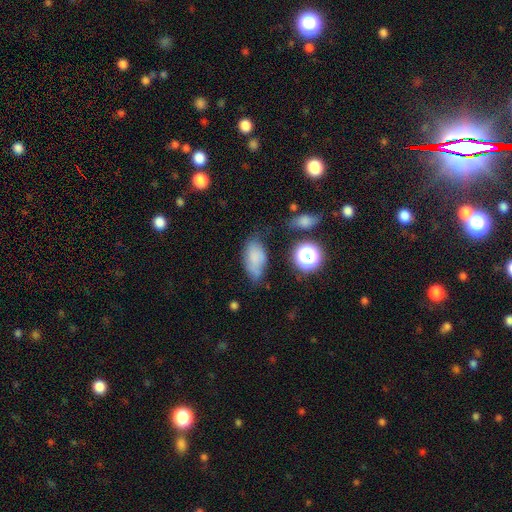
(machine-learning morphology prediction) A smooth galaxy with no disk features (73%) that is in between round and cigar-shaped (89%). Merging: none (49%).